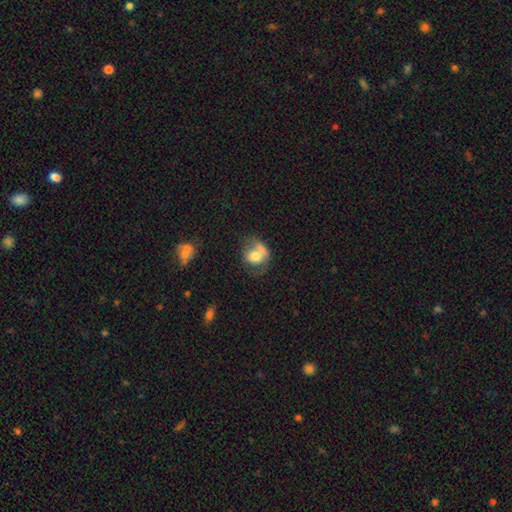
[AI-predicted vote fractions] Q: Smooth or featured?
A: smooth (62%); runner-up: featured or disk (30%)
Q: How rounded?
A: round (55%); runner-up: in between (44%)
Q: Merging?
A: major disturbance (28%); runner-up: none (26%)